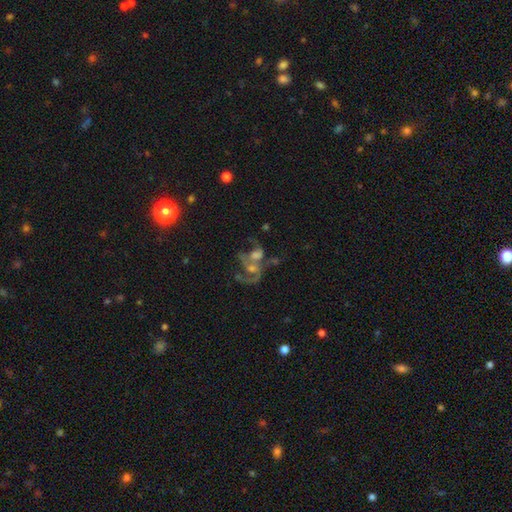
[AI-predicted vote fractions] This is likely a featured or disk galaxy (66%). It is clearly not viewed edge-on (97%). Bar: likely no (68%). Spiral arm pattern: likely yes (67%). Central bulge: marginally moderate (40%). Merging: possibly merger (49%).